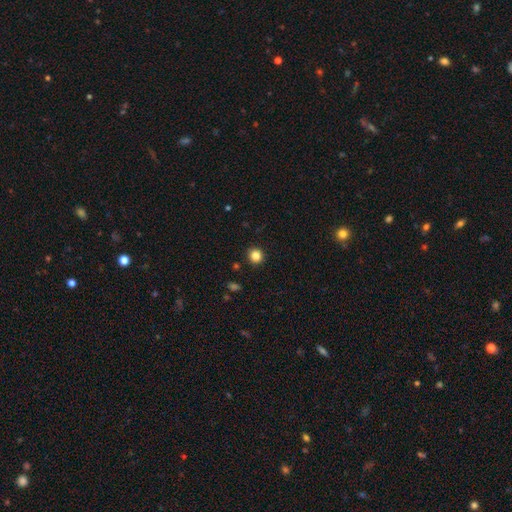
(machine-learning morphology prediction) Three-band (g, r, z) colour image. It shows a smooth galaxy with no disk features (85%) that is round (88%). Merging: none (92%).